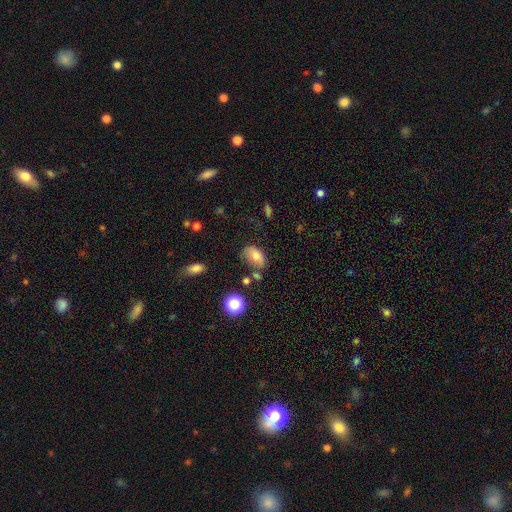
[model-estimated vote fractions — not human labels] A smooth galaxy with no disk features (72%) that is in between round and cigar-shaped (88%). Merging: none (45%).